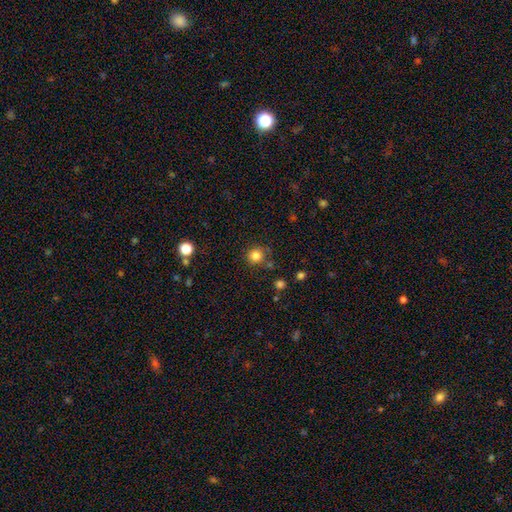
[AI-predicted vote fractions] Smooth or featured? Predicted: smooth (p=0.83). How rounded? Predicted: round (p=0.93). Merging? Predicted: none (p=0.81).